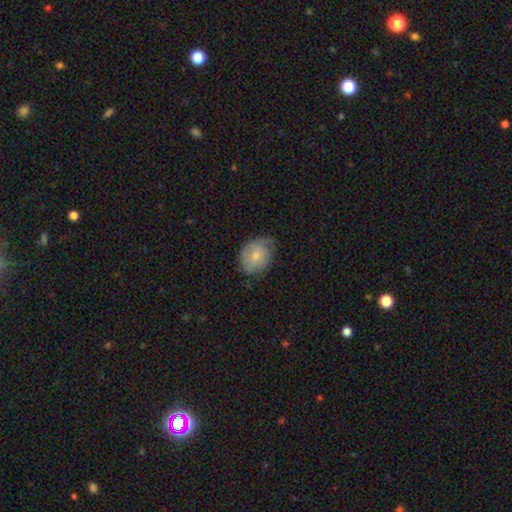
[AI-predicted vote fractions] Smooth or featured? Predicted: smooth (p=0.65). How rounded? Predicted: in between (p=0.53). Merging? Predicted: none (p=0.57).